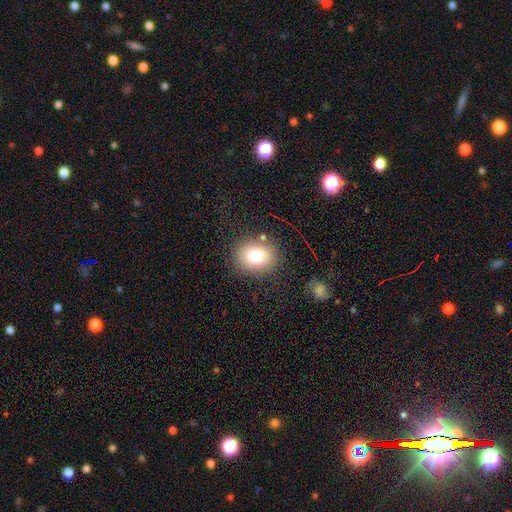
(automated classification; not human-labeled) Q: Smooth or featured?
A: smooth (78%); runner-up: star or artifact (11%)
Q: How rounded?
A: round (61%); runner-up: in between (38%)
Q: Merging?
A: none (81%); runner-up: minor disturbance (11%)